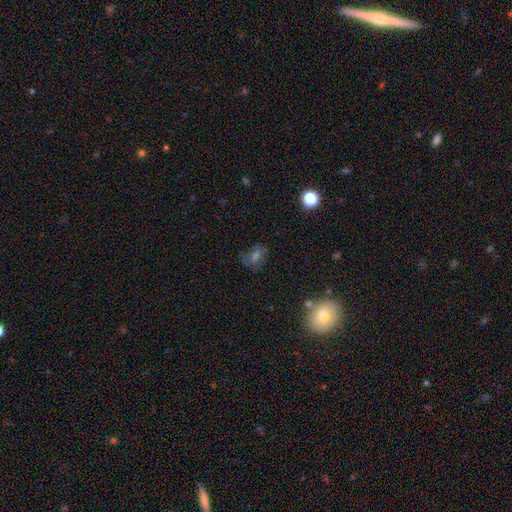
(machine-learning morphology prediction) smooth-or-featured: featured or disk: 40% | smooth: 35% | star or artifact: 24%
  merging: none: 70% | minor disturbance: 16% | major disturbance: 11% | merger: 4%